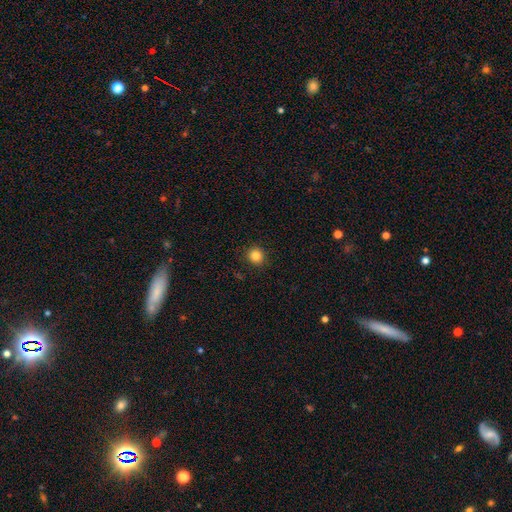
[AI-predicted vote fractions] Morphology: type=smooth (84%); roundness=round (92%); merging=none (91%).